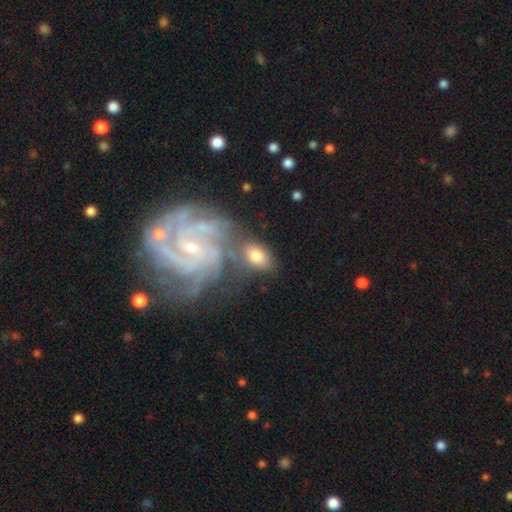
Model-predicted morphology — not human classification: This is likely a smooth galaxy (64%). How rounded: clearly in between (87%). Merging: possibly none (53%).